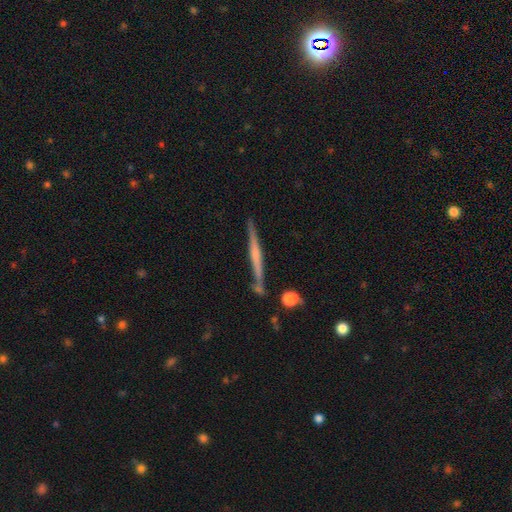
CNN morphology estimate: Smooth or featured?
  - featured or disk: 63% *
  - smooth: 30%
  - star or artifact: 6%
Edge-on disk?
  - yes: 97% *
  - no: 3%
Edge-on bulge?
  - none: 48% *
  - rounded: 35%
  - boxy: 17%
Merging?
  - none: 81% *
  - minor disturbance: 10%
  - merger: 6%
  - major disturbance: 3%